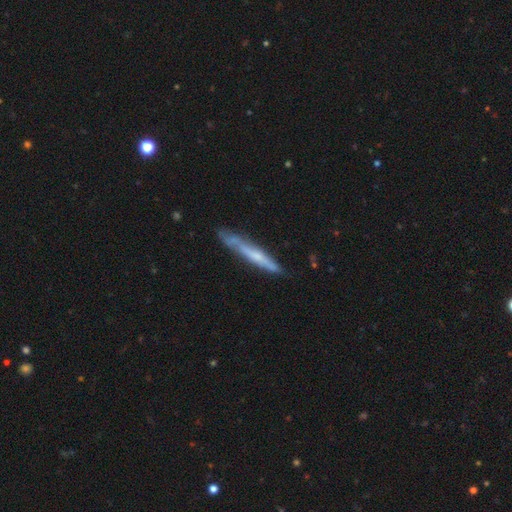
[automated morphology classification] Smooth or featured? featured or disk (54%)
Edge-on disk? yes (87%)
Merging? none (70%)